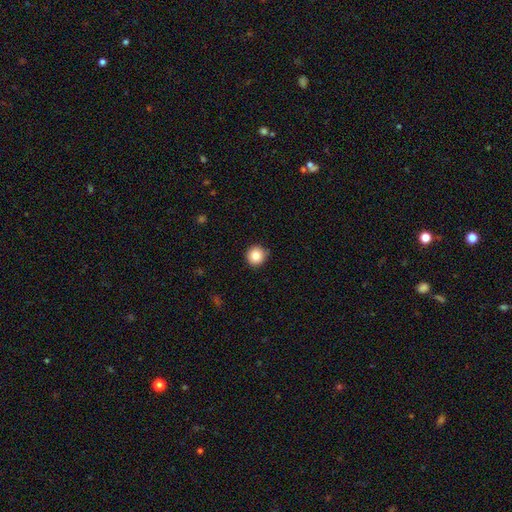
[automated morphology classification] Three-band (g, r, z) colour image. It shows a smooth galaxy with no disk features (83%) that is round (95%). Merging: none (90%).